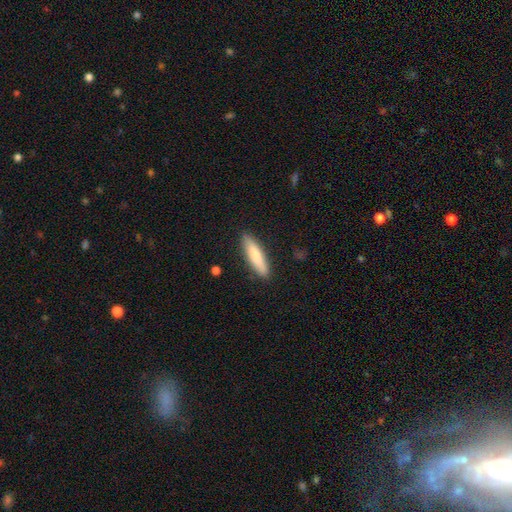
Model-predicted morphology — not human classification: Smooth or featured: smooth — 81% (featured or disk — 14%)
How rounded: cigar-shaped — 76% (in between — 22%)
Merging: none — 88% (minor disturbance — 9%)